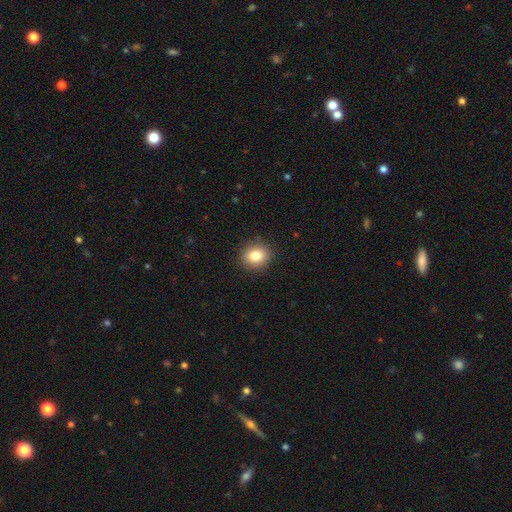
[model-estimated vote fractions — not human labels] This is clearly a smooth galaxy (83%). How rounded: likely round (67%). Merging: clearly none (89%).